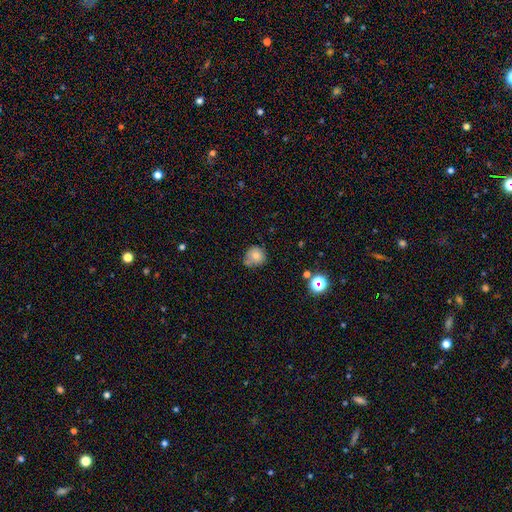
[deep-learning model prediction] This appears to be a smooth galaxy with no disk features (76%) that is round (84%). Merging: none (60%).